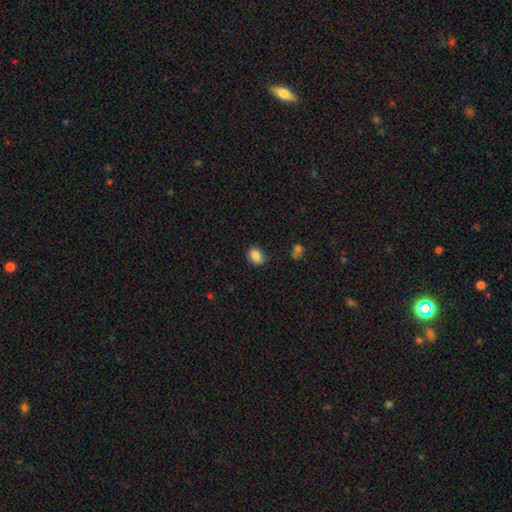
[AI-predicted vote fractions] Morphology: type=smooth (85%); roundness=in between (66%); merging=none (81%).